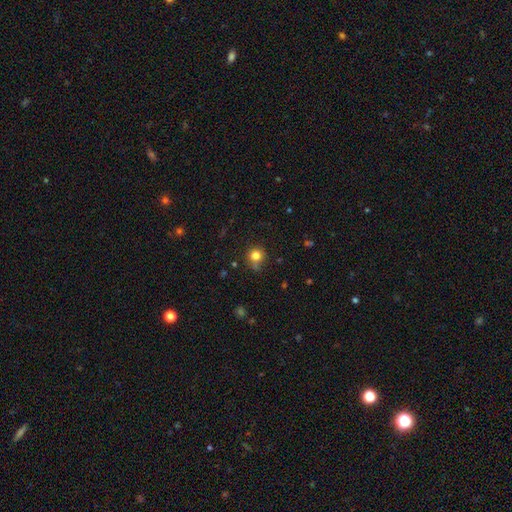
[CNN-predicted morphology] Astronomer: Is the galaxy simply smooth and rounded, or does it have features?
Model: smooth — 80%.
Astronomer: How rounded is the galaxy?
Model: round — 91%.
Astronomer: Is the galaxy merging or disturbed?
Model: none — 73%.